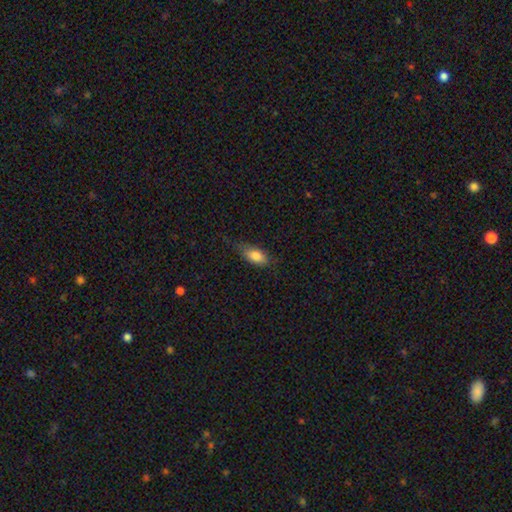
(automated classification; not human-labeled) This is likely a smooth galaxy (80%). How rounded: clearly in between (85%). Merging: likely none (64%).